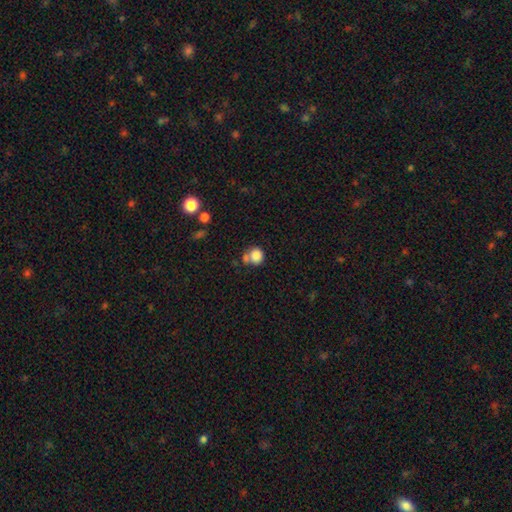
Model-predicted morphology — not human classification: This appears to be a smooth galaxy with no disk features (84%) that is round (84%). Merging: none (51%).